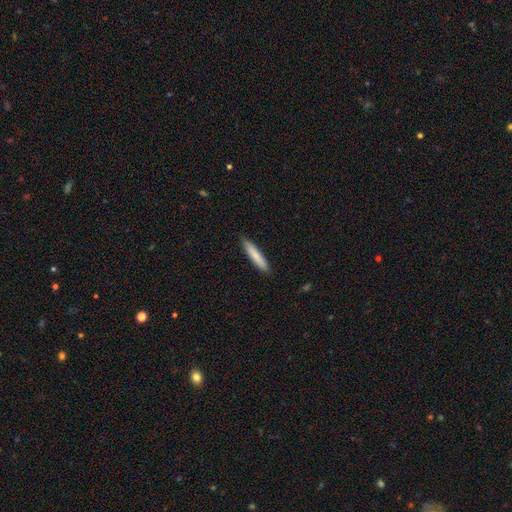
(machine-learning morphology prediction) This is clearly a smooth galaxy (82%). How rounded: clearly cigar-shaped (89%). Merging: clearly none (90%).